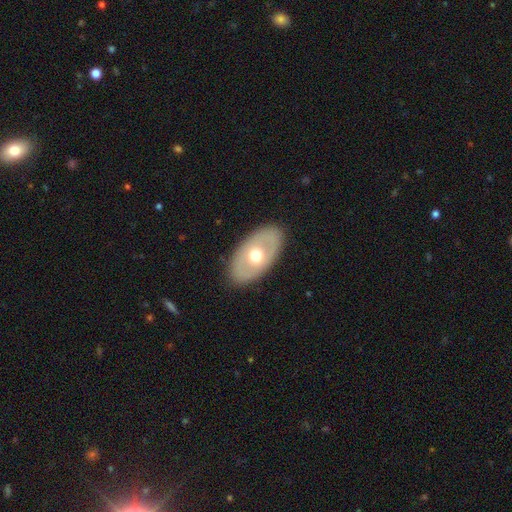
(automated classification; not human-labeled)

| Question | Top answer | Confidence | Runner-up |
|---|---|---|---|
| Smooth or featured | smooth | 48% | featured or disk (47%) |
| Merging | none | 86% | minor disturbance (10%) |